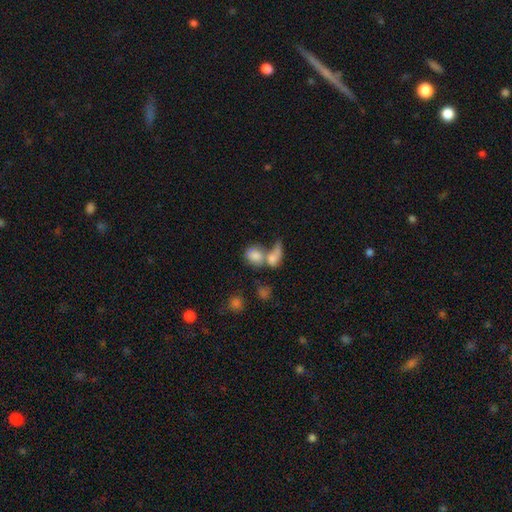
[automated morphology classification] This appears to be a smooth galaxy with no disk features (73%) that is round (49%). Merging: merger (58%).